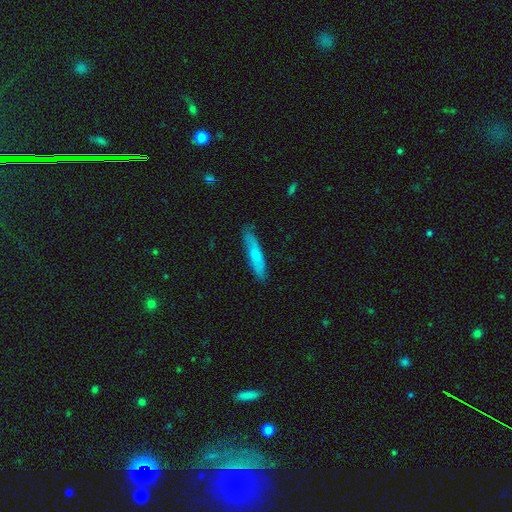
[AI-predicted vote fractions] Morphology: type=smooth (65%); roundness=cigar-shaped (85%); merging=none (84%).